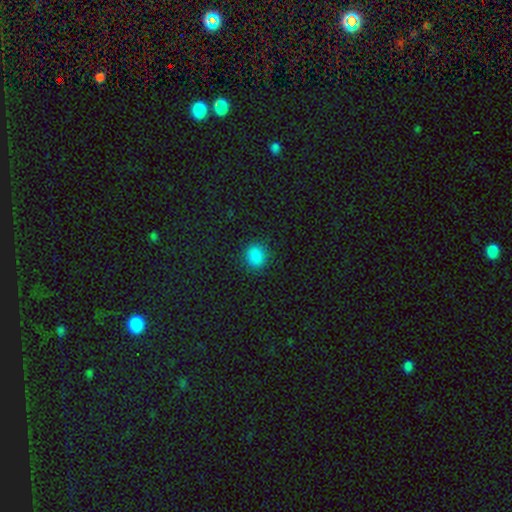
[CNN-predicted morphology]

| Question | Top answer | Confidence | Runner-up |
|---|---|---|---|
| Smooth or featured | smooth | 85% | star or artifact (12%) |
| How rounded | round | 67% | in between (32%) |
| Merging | none | 88% | minor disturbance (9%) |